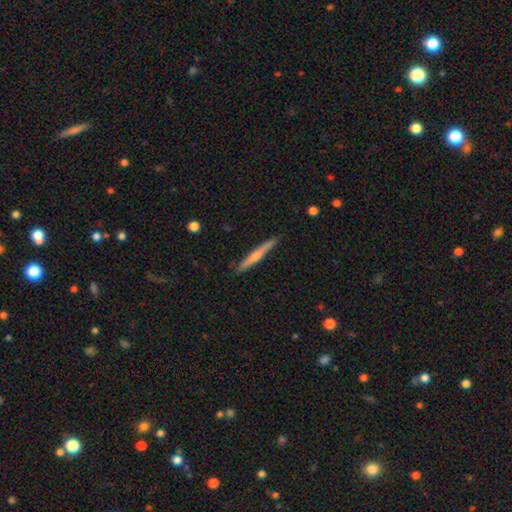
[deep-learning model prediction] featured or disk 48%, smooth 47%, star or artifact 6%. Down the decision tree: merging — none (88%).